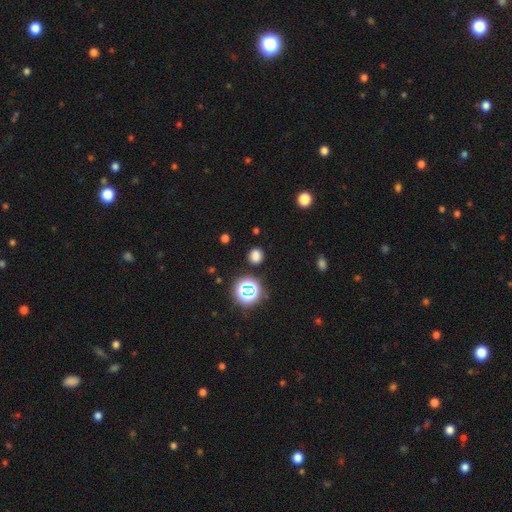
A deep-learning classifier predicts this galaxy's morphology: Smooth or featured? smooth (70%)
How rounded? round (77%)
Merging? none (86%)